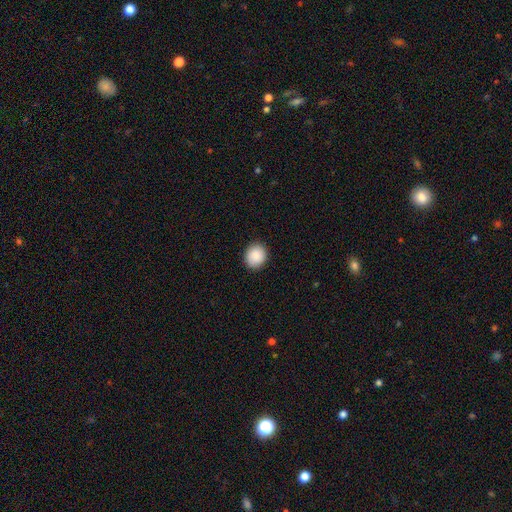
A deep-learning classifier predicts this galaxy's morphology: Smooth or featured: smooth — 89% (star or artifact — 7%)
How rounded: round — 80% (in between — 19%)
Merging: none — 91% (minor disturbance — 7%)